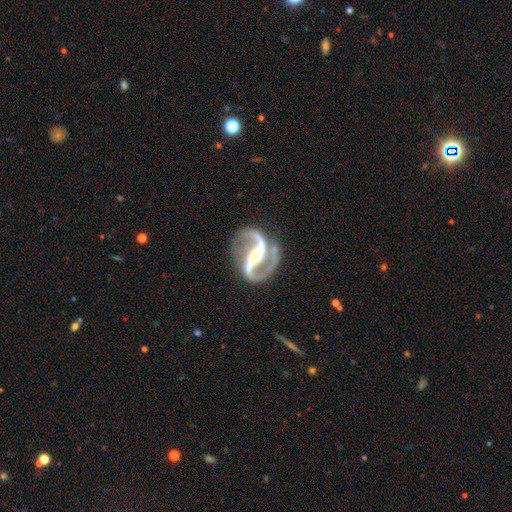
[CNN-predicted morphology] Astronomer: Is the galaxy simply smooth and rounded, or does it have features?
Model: featured or disk — 93%.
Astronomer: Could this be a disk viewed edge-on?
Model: no — 98%.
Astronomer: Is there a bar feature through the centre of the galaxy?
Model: strong — 58%.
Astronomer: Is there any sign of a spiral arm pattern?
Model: yes — 98%.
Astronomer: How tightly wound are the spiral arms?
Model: medium — 57%.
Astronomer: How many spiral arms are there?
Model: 2 — 94%.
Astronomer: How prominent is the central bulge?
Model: small — 60%.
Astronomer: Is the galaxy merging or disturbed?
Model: none — 78%.